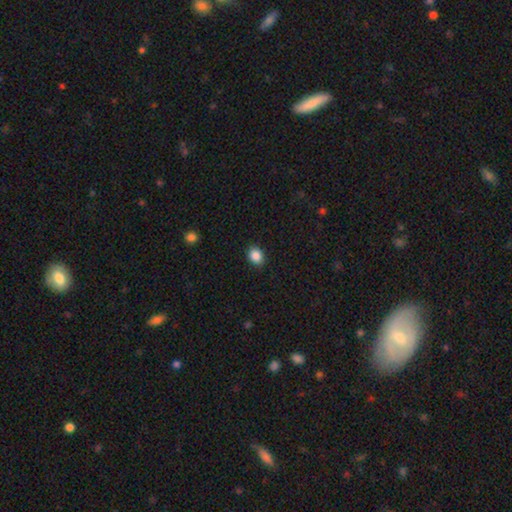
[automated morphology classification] This appears to be a smooth galaxy with no disk features (87%) that is in between round and cigar-shaped (57%). Merging: none (89%).